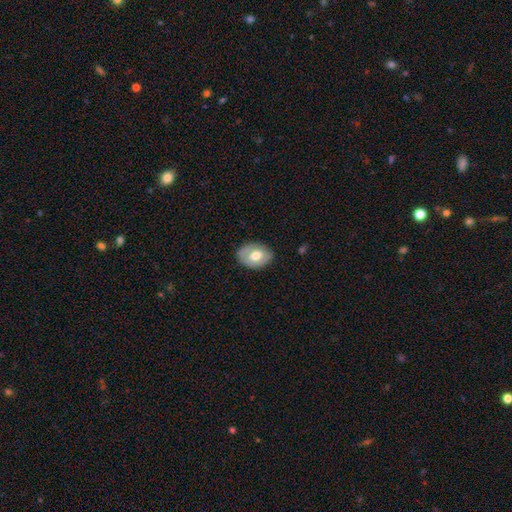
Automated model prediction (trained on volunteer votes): A smooth galaxy with no disk features (58%) that is in between round and cigar-shaped (78%).

Vote fractions:
- Smooth or featured? smooth: 58% / featured or disk: 35% / star or artifact: 6%
- How rounded? in between: 78% / round: 21% / cigar-shaped: 1%
- Merging? none: 81% / minor disturbance: 15% / major disturbance: 3% / merger: 1%